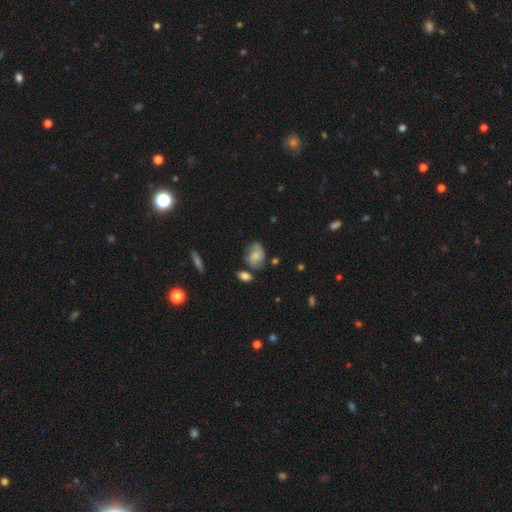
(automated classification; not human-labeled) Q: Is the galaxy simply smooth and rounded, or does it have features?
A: smooth — 56%.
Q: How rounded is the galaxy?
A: in between — 69%.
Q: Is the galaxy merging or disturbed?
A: none — 56%.